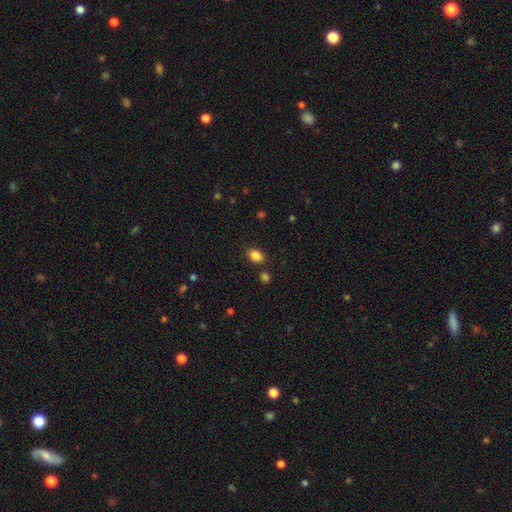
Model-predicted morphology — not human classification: Smooth or featured? Predicted: smooth (p=0.85). How rounded? Predicted: in between (p=0.78). Merging? Predicted: none (p=0.82).